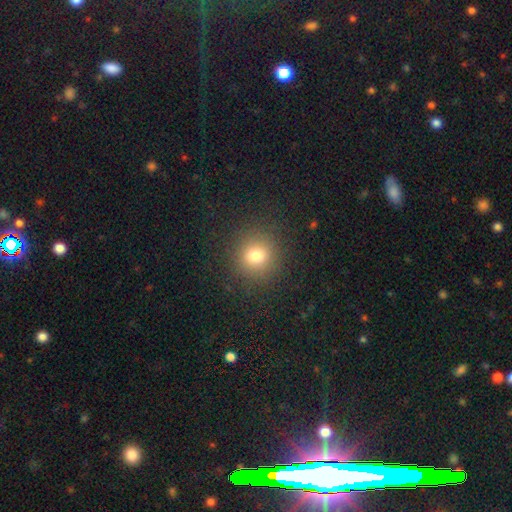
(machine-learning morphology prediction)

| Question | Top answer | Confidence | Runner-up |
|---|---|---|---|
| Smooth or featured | smooth | 76% | star or artifact (16%) |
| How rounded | round | 89% | in between (10%) |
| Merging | none | 89% | minor disturbance (7%) |